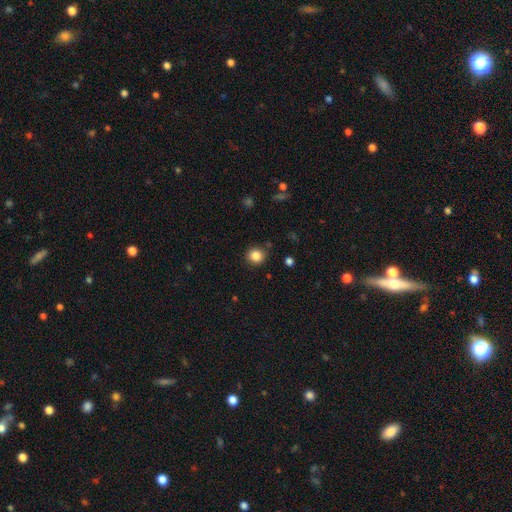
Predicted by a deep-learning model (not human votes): Q: Smooth or featured?
A: smooth (85%); runner-up: star or artifact (11%)
Q: How rounded?
A: round (86%); runner-up: in between (13%)
Q: Merging?
A: none (87%); runner-up: minor disturbance (9%)